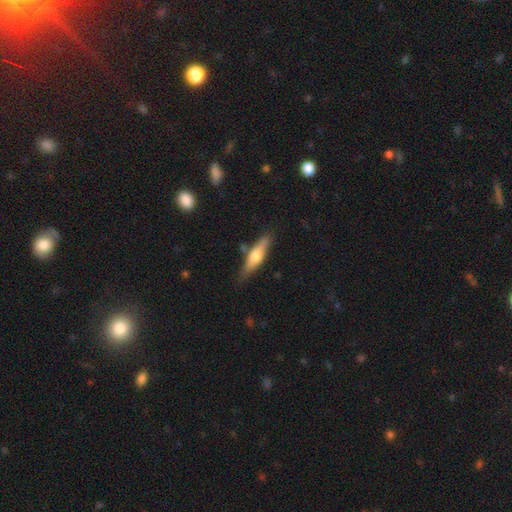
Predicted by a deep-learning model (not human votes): Morphology: type=smooth (52%); roundness=cigar-shaped (67%); merging=none (75%).